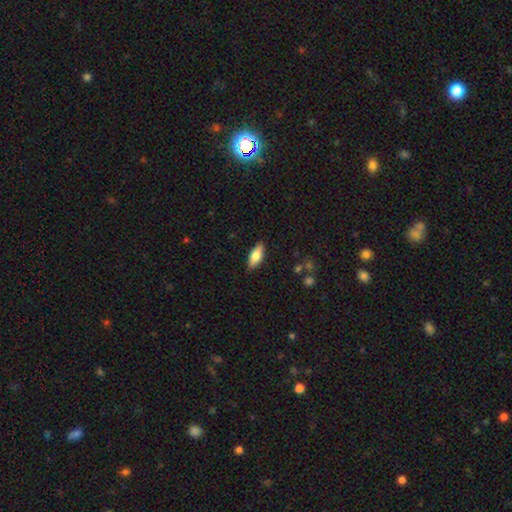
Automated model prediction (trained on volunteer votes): Q: Smooth or featured?
A: smooth (74%); runner-up: featured or disk (20%)
Q: How rounded?
A: in between (75%); runner-up: cigar-shaped (22%)
Q: Merging?
A: none (87%); runner-up: minor disturbance (10%)